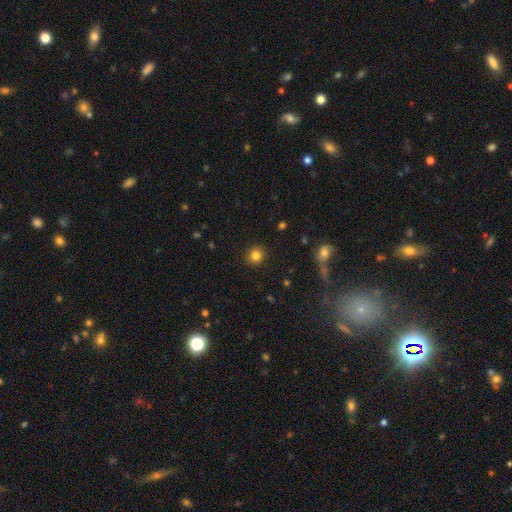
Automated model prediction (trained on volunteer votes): A smooth galaxy with no disk features (83%) that is round (89%).

Vote fractions:
- Smooth or featured? smooth: 83% / star or artifact: 12% / featured or disk: 5%
- How rounded? round: 89% / in between: 10% / cigar-shaped: 1%
- Merging? none: 91% / minor disturbance: 6% / major disturbance: 2% / merger: 1%